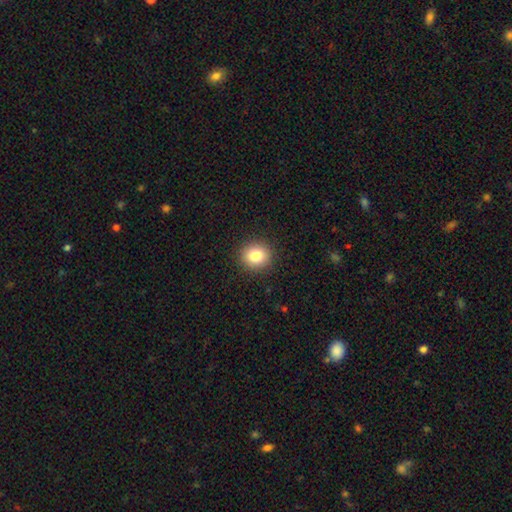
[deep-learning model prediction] This is clearly a smooth galaxy (82%). How rounded: clearly round (87%). Merging: clearly none (91%).